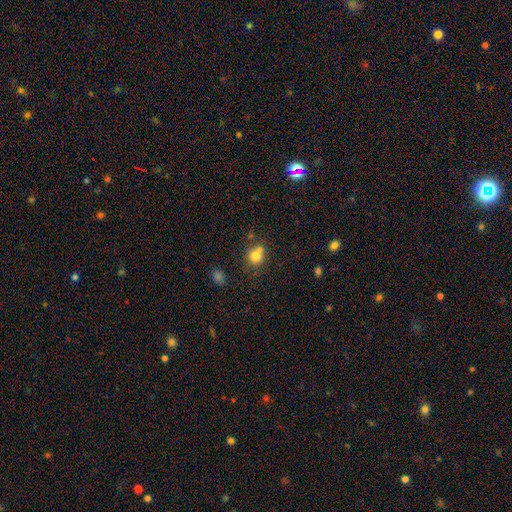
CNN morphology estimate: Smooth or featured? Predicted: smooth (p=0.77). How rounded? Predicted: round (p=0.78). Merging? Predicted: none (p=0.57).